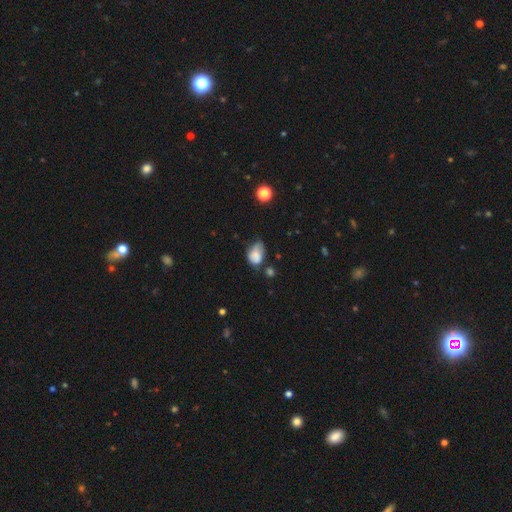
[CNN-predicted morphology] A smooth galaxy with no disk features (75%) that is in between round and cigar-shaped (79%).

Vote fractions:
- Smooth or featured? smooth: 75% / featured or disk: 15% / star or artifact: 9%
- How rounded? in between: 79% / round: 20% / cigar-shaped: 1%
- Merging? minor disturbance: 44% / none: 33% / major disturbance: 16% / merger: 7%